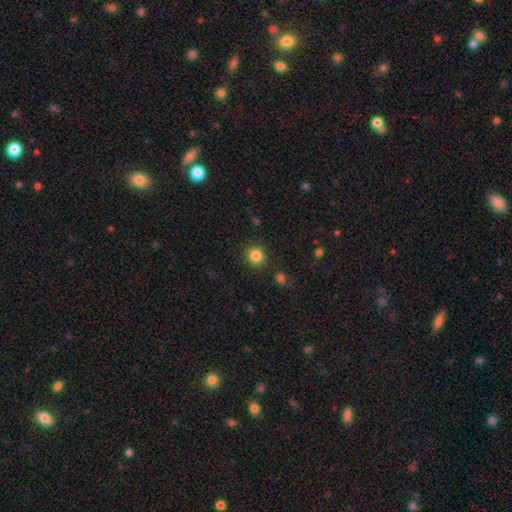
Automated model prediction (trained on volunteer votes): Q: Smooth or featured?
A: smooth (85%); runner-up: star or artifact (11%)
Q: How rounded?
A: round (90%); runner-up: in between (9%)
Q: Merging?
A: none (88%); runner-up: minor disturbance (7%)